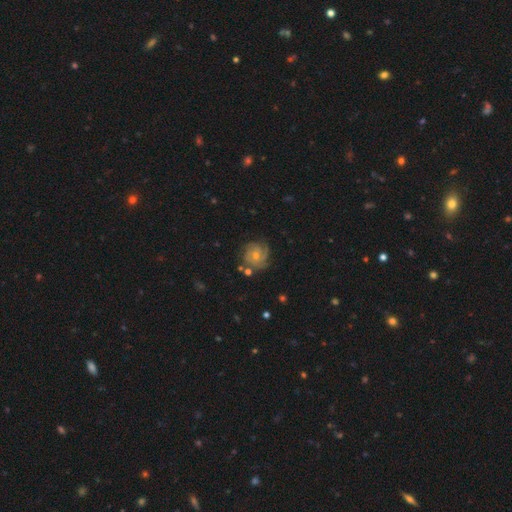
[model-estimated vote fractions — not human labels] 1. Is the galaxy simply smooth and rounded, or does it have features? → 77% featured or disk, 16% smooth, 8% star or artifact.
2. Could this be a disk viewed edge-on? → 98% no, 2% yes.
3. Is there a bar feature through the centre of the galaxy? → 78% no, 19% weak, 3% strong.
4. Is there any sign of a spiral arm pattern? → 95% yes, 5% no.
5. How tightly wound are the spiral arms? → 64% tight, 28% medium, 8% loose.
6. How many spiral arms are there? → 40% 3, 21% can't tell, 15% 4, 12% 2, 6% 1, 5% more than 4.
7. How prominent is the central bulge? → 57% small, 39% moderate, 2% none, 1% large, 1% dominant.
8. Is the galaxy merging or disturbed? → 73% none, 18% minor disturbance, 6% major disturbance, 4% merger.